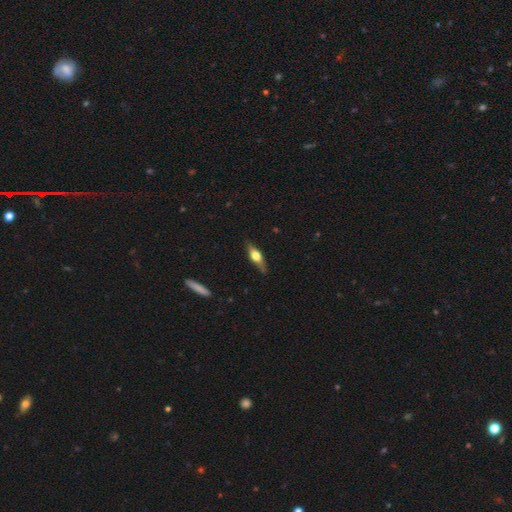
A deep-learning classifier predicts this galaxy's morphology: This appears to be a featured or disk galaxy (52%) viewed edge-on (89%). Merging: none (81%).